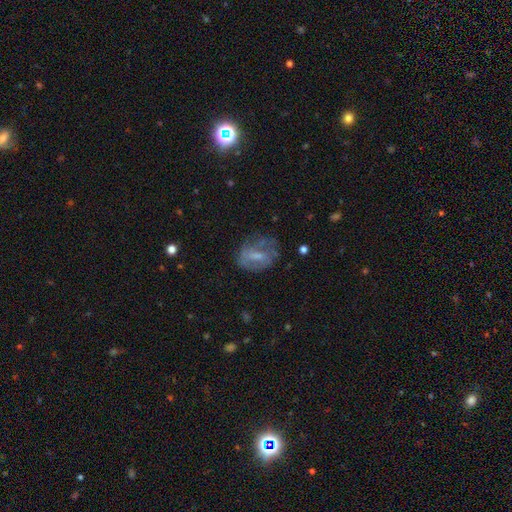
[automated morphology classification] Smooth or featured? Predicted: featured or disk (p=0.50). Merging? Predicted: none (p=0.52).